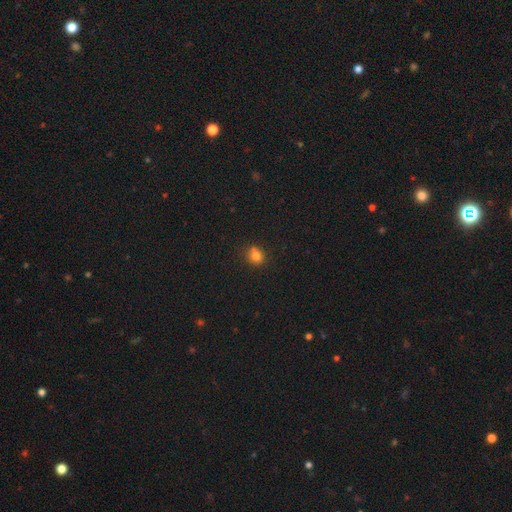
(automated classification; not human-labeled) The model was most divided on "how rounded": round: 71%, in between: 28%, cigar-shaped: 1%. More confident: smooth or featured — smooth (77%); merging — none (63%).